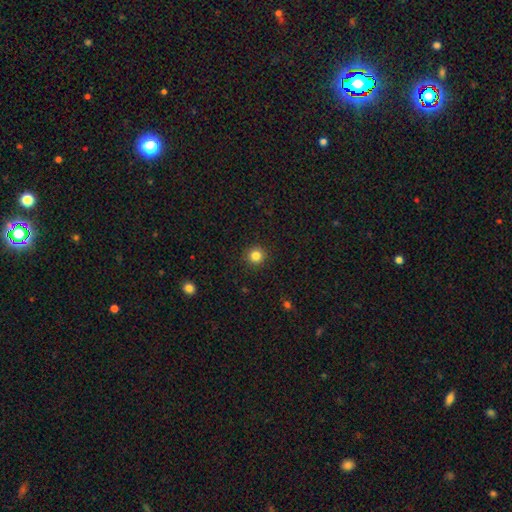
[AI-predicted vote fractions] smooth_or_featured: smooth (p=0.84) [alt: star or artifact p=0.12]
how_rounded: round (p=0.94) [alt: in between p=0.05]
merging: none (p=0.92) [alt: minor disturbance p=0.05]